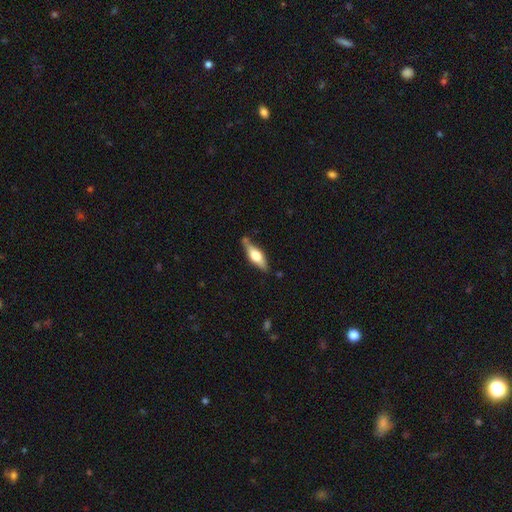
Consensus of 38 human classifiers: smooth_or_featured: featured or disk (p=0.74) [alt: smooth p=0.24]
disk_edge_on: yes (p=0.96) [alt: no p=0.04]
edge_on_bulge: rounded (p=0.96) [alt: boxy p=0.04]
merging: none (p=0.73) [alt: minor disturbance p=0.19]